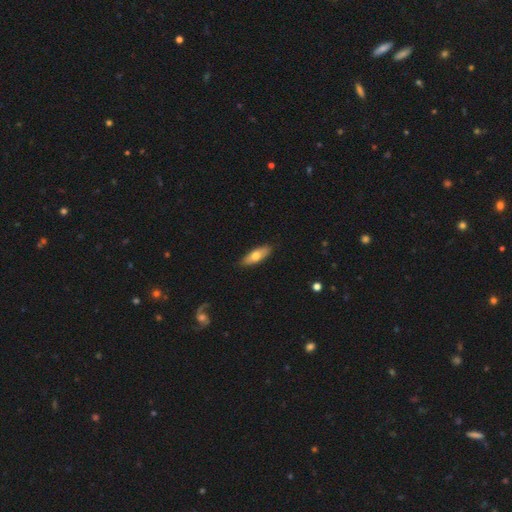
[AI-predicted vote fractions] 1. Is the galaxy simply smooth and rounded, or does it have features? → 67% smooth, 28% featured or disk, 6% star or artifact.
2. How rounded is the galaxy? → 63% in between, 34% cigar-shaped, 3% round.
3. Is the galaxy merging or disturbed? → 87% none, 10% minor disturbance, 2% major disturbance, 1% merger.